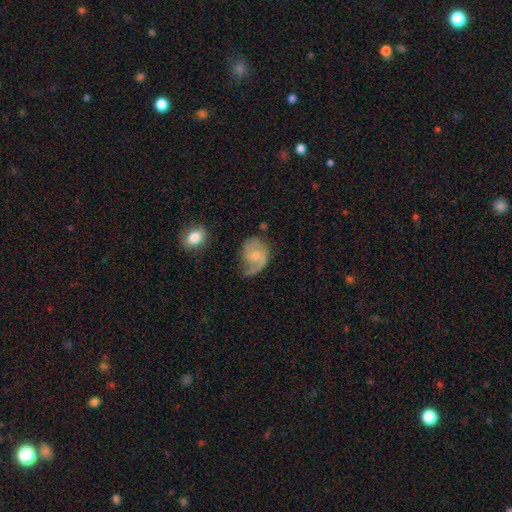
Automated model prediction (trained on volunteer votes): Smooth or featured? featured or disk (73%)
Edge-on disk? no (98%)
Bar? no (58%)
Spiral arms? yes (93%)
Spiral winding? medium (47%)
Spiral arm count? 2 (60%)
Bulge size? small (46%)
Merging? none (49%)